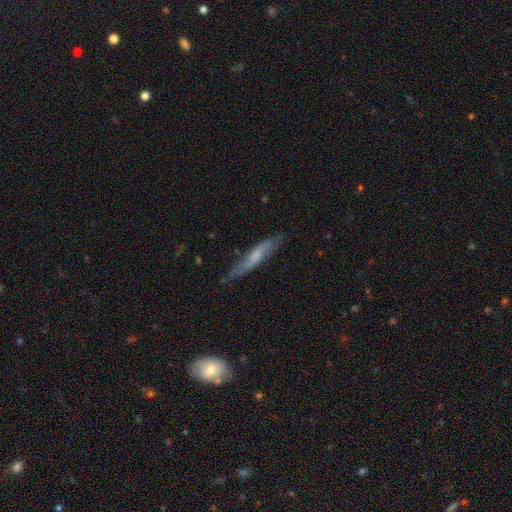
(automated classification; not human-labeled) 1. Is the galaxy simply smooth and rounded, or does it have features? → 49% smooth, 44% featured or disk, 7% star or artifact.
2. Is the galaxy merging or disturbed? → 75% none, 19% minor disturbance, 4% major disturbance, 2% merger.